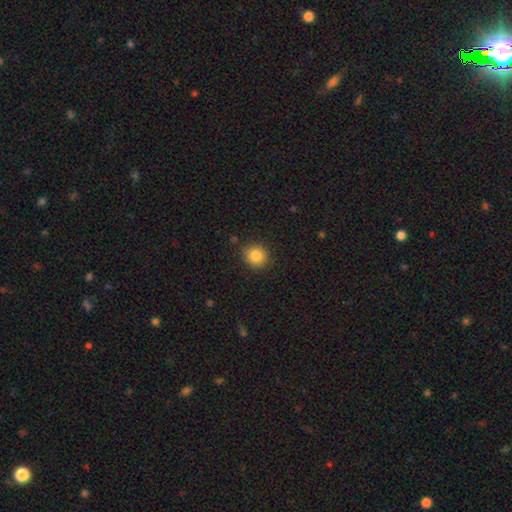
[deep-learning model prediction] A smooth galaxy with no disk features (86%) that is round (85%). Merging: none (87%).